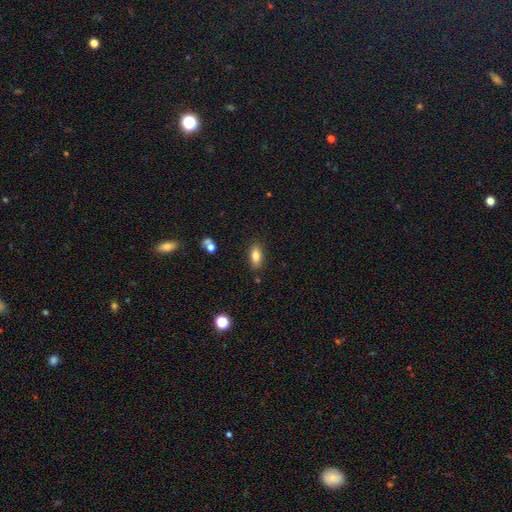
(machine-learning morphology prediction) Smooth or featured? smooth (79%)
How rounded? in between (83%)
Merging? none (85%)